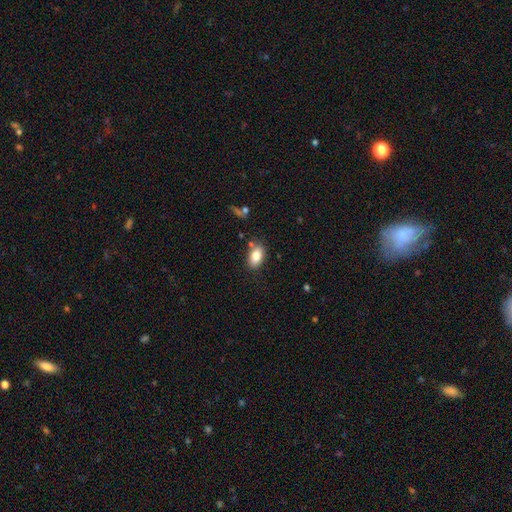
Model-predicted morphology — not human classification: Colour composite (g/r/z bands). It shows a smooth galaxy with no disk features (82%) that is in between round and cigar-shaped (89%). Merging: none (75%).